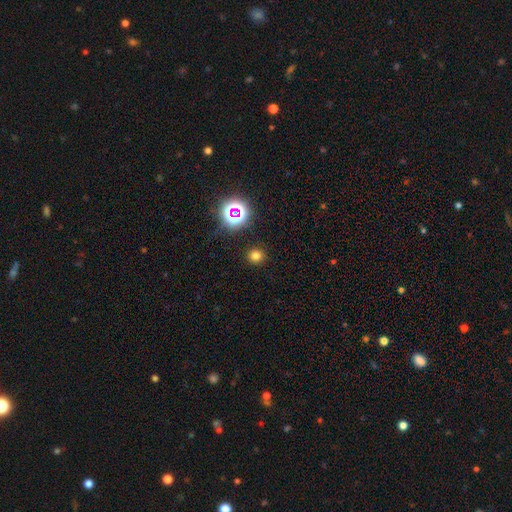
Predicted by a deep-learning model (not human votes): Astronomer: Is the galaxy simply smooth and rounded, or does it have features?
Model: smooth — 73%.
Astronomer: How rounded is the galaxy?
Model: round — 89%.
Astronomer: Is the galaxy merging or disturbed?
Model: none — 90%.